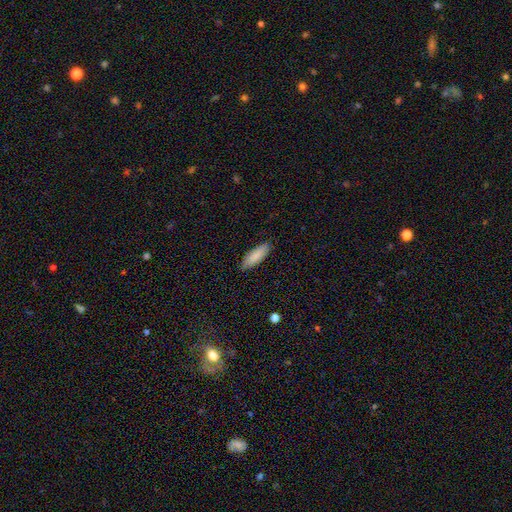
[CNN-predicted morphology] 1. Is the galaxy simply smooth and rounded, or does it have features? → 86% smooth, 8% featured or disk, 6% star or artifact.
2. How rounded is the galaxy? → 65% in between, 33% cigar-shaped, 2% round.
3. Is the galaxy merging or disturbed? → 85% none, 11% minor disturbance, 2% major disturbance, 1% merger.